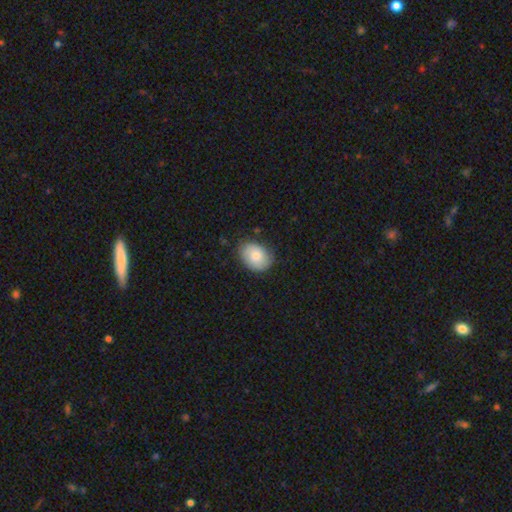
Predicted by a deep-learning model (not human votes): The model was most divided on "how rounded": in between: 66%, round: 33%, cigar-shaped: 1%. More confident: merging — none (79%); smooth or featured — smooth (77%).